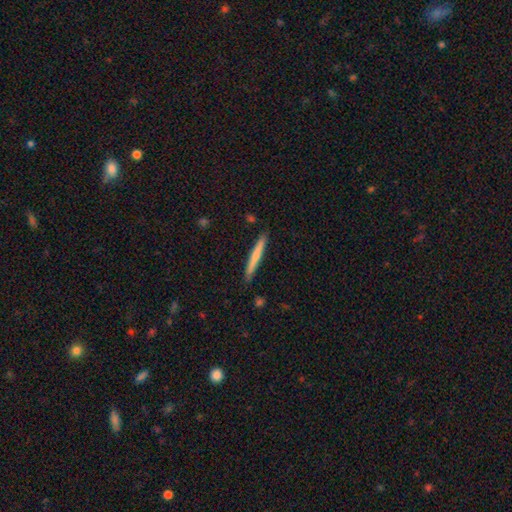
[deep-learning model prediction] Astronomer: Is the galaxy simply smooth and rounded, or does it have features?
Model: smooth — 59% (runner-up: featured or disk, 36%).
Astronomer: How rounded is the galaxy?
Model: cigar-shaped — 96%.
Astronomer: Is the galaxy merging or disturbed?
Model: none — 90%.